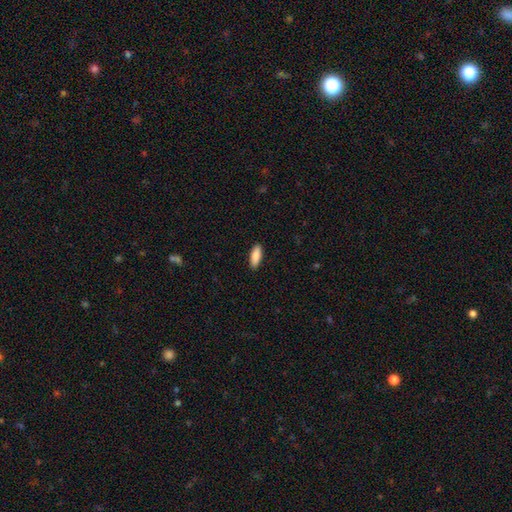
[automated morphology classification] The model was most divided on "how rounded": in between: 70%, cigar-shaped: 28%, round: 2%. More confident: merging — none (90%); smooth or featured — smooth (88%).